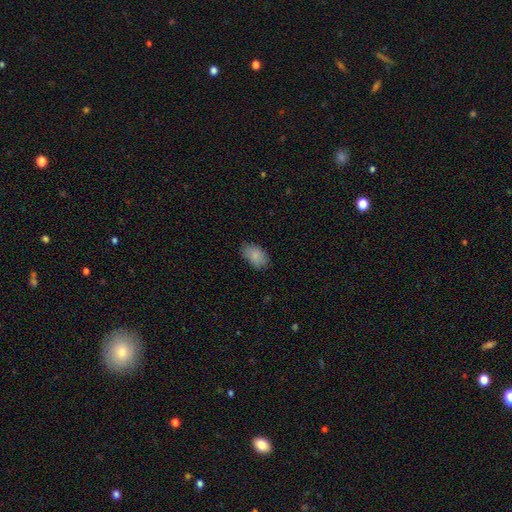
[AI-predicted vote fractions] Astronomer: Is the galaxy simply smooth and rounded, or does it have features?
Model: smooth — 85%.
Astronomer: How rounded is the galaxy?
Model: in between — 91%.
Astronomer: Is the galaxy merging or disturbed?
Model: none — 76%.